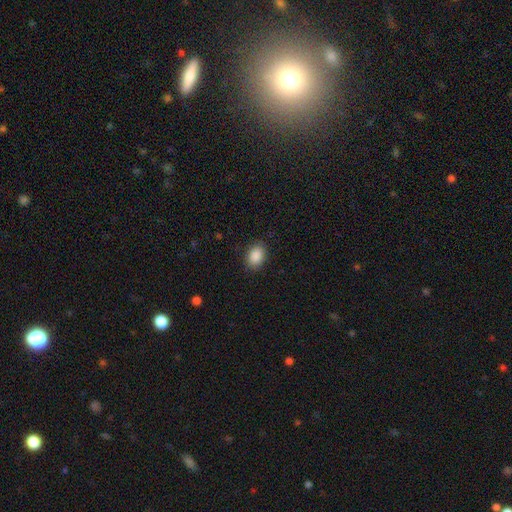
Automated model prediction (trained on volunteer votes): Smooth or featured?
  - smooth: 89% *
  - star or artifact: 8%
  - featured or disk: 3%
How rounded?
  - in between: 78% *
  - round: 21%
  - cigar-shaped: 1%
Merging?
  - none: 87% *
  - minor disturbance: 9%
  - major disturbance: 3%
  - merger: 1%